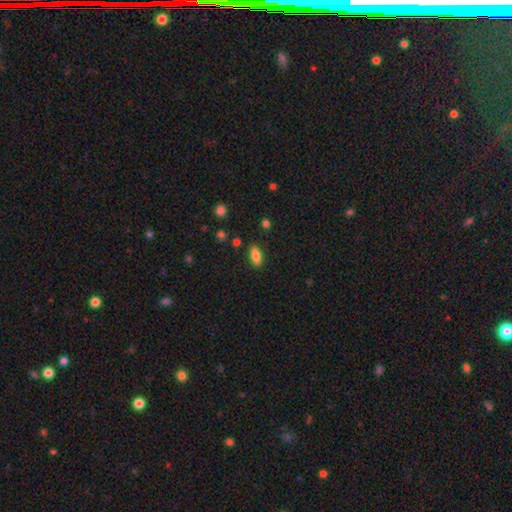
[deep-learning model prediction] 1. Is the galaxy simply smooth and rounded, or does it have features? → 83% smooth, 9% featured or disk, 8% star or artifact.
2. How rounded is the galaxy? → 86% in between, 11% cigar-shaped, 3% round.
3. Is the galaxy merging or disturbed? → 86% none, 10% minor disturbance, 2% major disturbance, 2% merger.